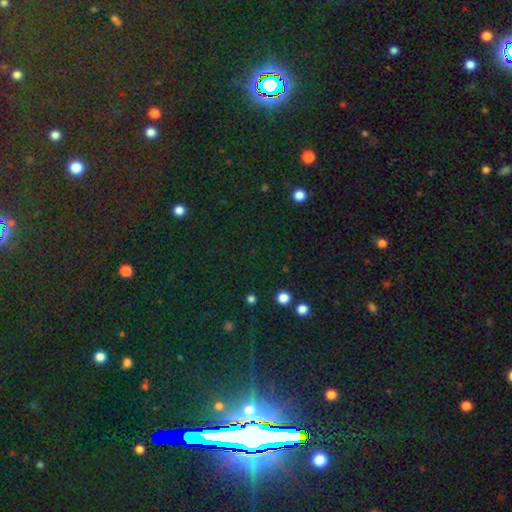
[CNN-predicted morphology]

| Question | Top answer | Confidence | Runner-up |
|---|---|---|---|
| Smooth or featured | star or artifact | 78% | smooth (13%) |